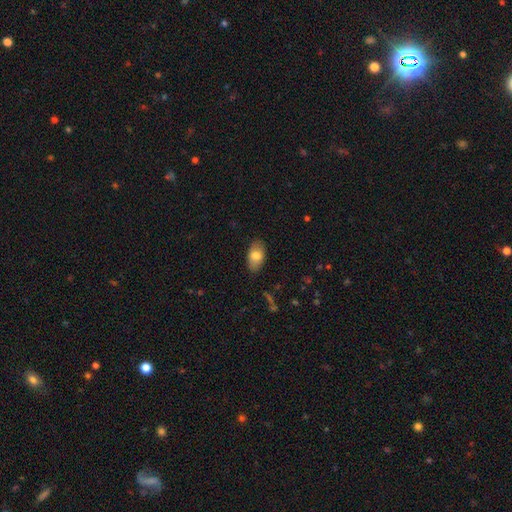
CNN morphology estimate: A smooth galaxy with no disk features (77%) that is in between round and cigar-shaped (93%).

Vote fractions:
- Smooth or featured? smooth: 77% / featured or disk: 16% / star or artifact: 7%
- How rounded? in between: 93% / round: 5% / cigar-shaped: 2%
- Merging? none: 85% / minor disturbance: 12% / major disturbance: 2% / merger: 1%